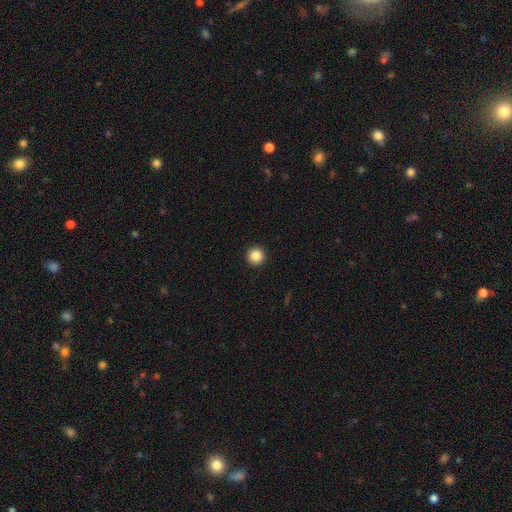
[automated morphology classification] A smooth galaxy with no disk features (87%) that is round (97%).

Vote fractions:
- Smooth or featured? smooth: 87% / star or artifact: 10% / featured or disk: 3%
- How rounded? round: 97% / in between: 3% / cigar-shaped: 1%
- Merging? none: 94% / minor disturbance: 4% / major disturbance: 1% / merger: 1%